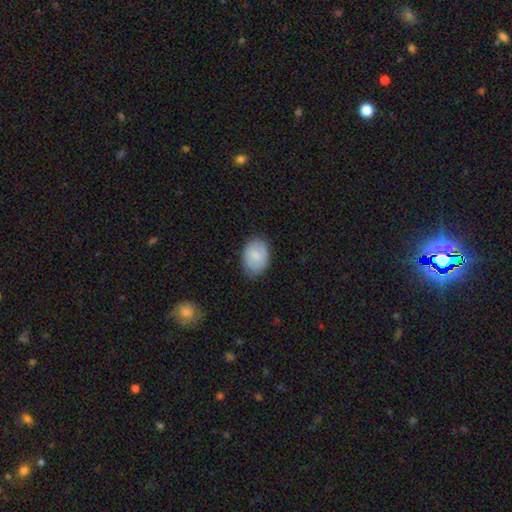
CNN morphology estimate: A smooth galaxy with no disk features (82%) that is in between round and cigar-shaped (79%).

Vote fractions:
- Smooth or featured? smooth: 82% / featured or disk: 11% / star or artifact: 7%
- How rounded? in between: 79% / round: 20% / cigar-shaped: 1%
- Merging? none: 79% / minor disturbance: 17% / major disturbance: 3% / merger: 1%